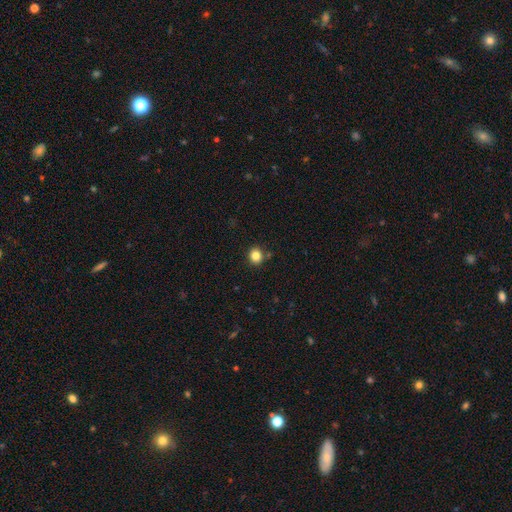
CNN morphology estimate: Smooth or featured?
  - smooth: 83% *
  - star or artifact: 12%
  - featured or disk: 5%
How rounded?
  - round: 85% *
  - in between: 14%
  - cigar-shaped: 1%
Merging?
  - none: 86% *
  - minor disturbance: 8%
  - merger: 4%
  - major disturbance: 2%